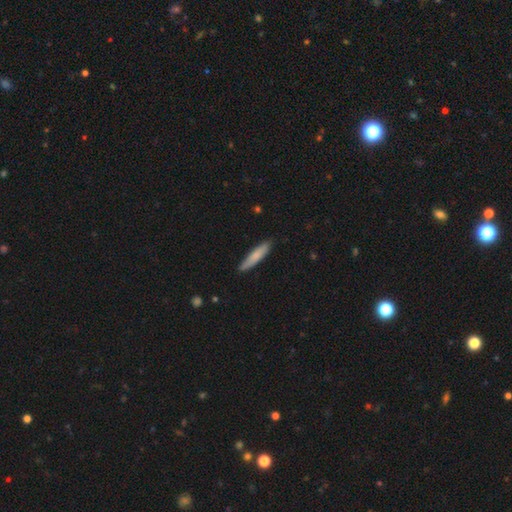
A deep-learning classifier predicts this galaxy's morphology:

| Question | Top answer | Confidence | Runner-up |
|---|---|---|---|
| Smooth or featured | smooth | 78% | featured or disk (17%) |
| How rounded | cigar-shaped | 87% | in between (11%) |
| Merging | none | 84% | minor disturbance (13%) |